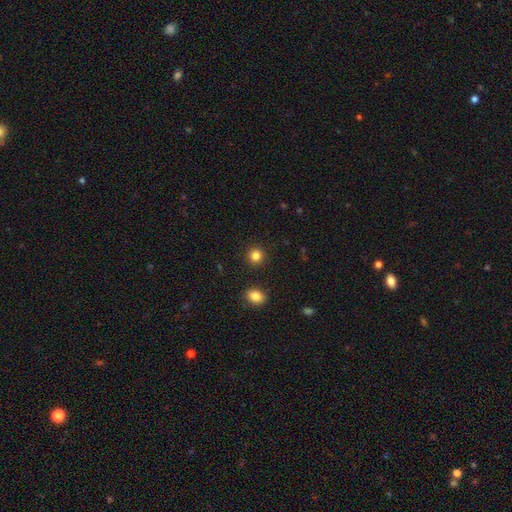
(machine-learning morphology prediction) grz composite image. It shows a smooth galaxy with no disk features (84%) that is round (92%). Merging: none (92%).